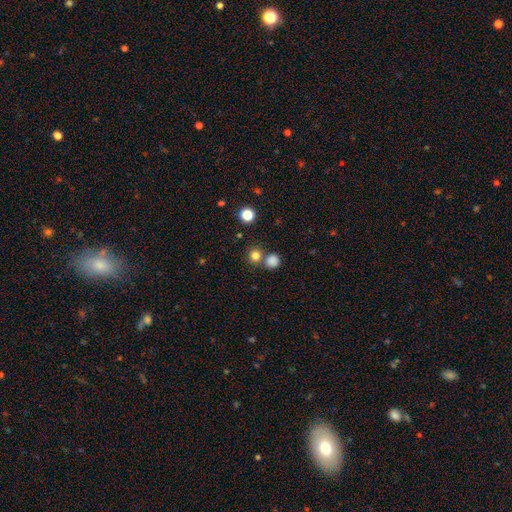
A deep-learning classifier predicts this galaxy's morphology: The model was most divided on "merging": none: 70%, merger: 20%, minor disturbance: 7%, major disturbance: 3%. More confident: how rounded — round (90%); smooth or featured — smooth (80%).